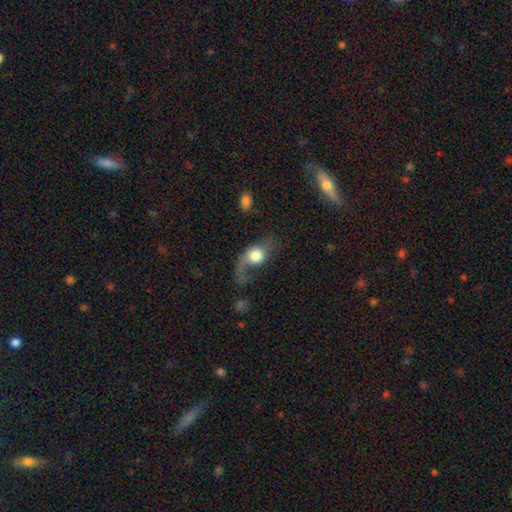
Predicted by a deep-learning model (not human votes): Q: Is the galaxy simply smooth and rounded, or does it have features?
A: featured or disk — 47%.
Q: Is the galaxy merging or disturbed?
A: major disturbance — 41%.